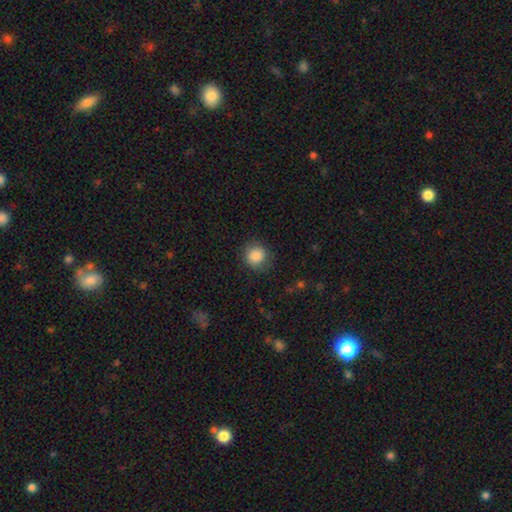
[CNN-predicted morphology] Smooth or featured?
  - smooth: 87% *
  - star or artifact: 9%
  - featured or disk: 4%
How rounded?
  - round: 89% *
  - in between: 10%
  - cigar-shaped: 1%
Merging?
  - none: 83% *
  - minor disturbance: 12%
  - major disturbance: 4%
  - merger: 1%